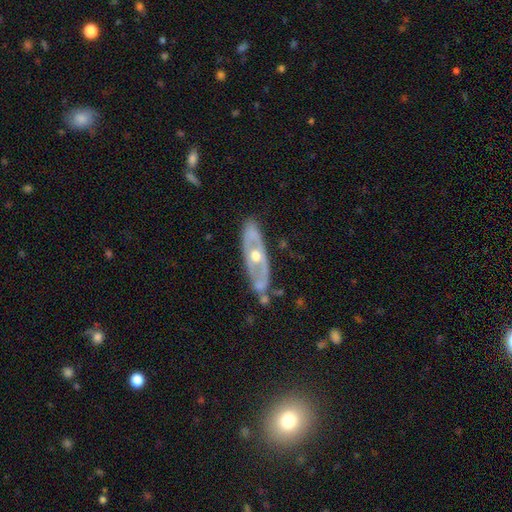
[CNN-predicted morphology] Smooth or featured? featured or disk (75%)
Edge-on disk? no (72%)
Bar? no (78%)
Spiral arms? no (62%)
Bulge size? moderate (73%)
Merging? none (77%)